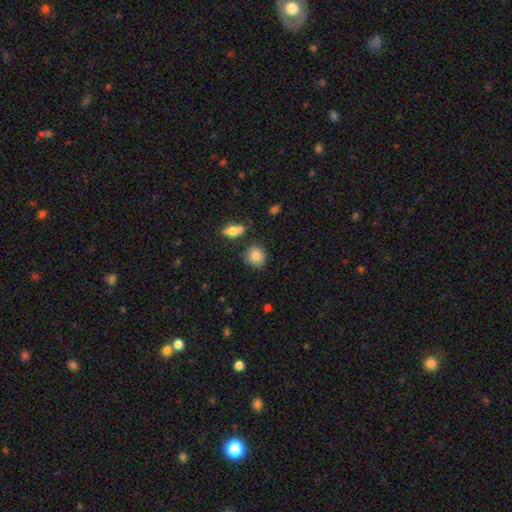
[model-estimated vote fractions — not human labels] This is clearly a smooth galaxy (85%). How rounded: likely round (78%). Merging: likely none (77%).